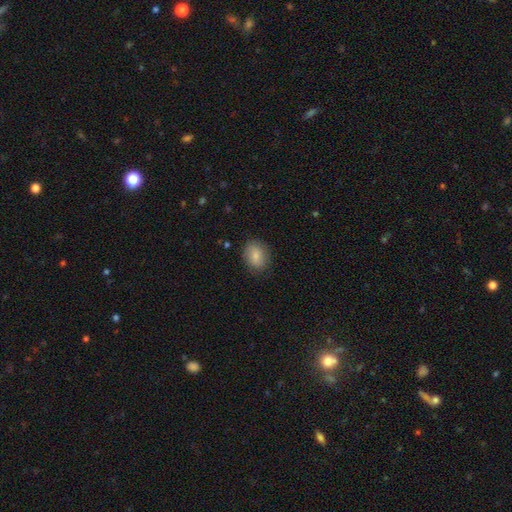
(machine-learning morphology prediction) A smooth galaxy with no disk features (78%) that is in between round and cigar-shaped (58%). Merging: none (82%).